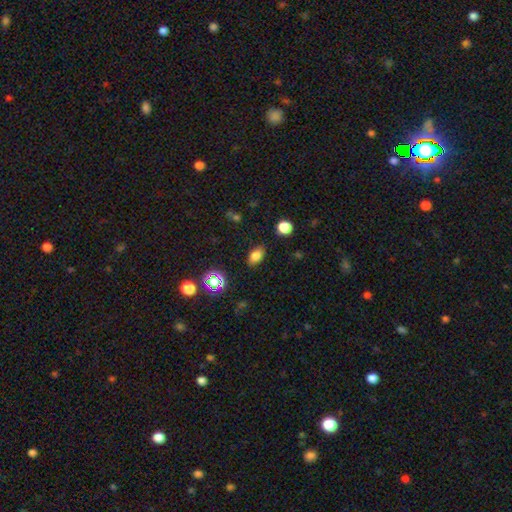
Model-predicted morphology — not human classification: smooth 78%, star or artifact 14%, featured or disk 8%. Down the decision tree: how rounded — in between (85%); merging — none (85%).